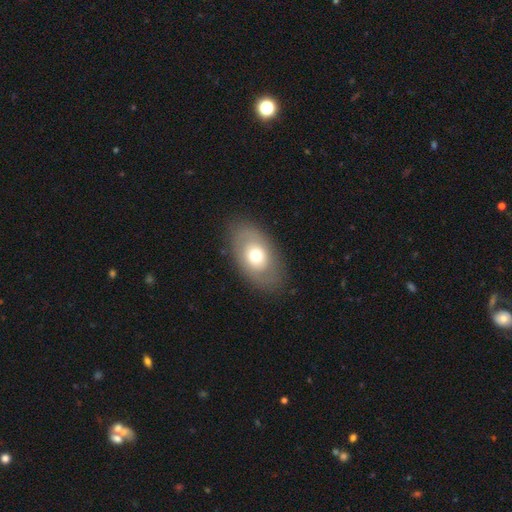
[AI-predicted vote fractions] smooth 59%, featured or disk 33%, star or artifact 8%. Down the decision tree: how rounded — in between (87%); merging — none (83%).